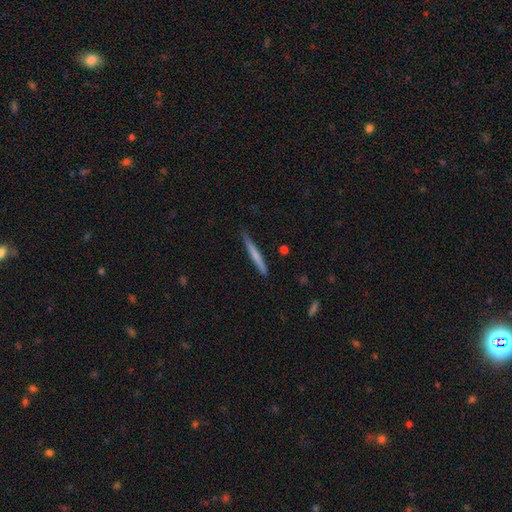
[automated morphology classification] Smooth or featured: smooth — 63% (featured or disk — 32%)
How rounded: cigar-shaped — 97% (in between — 2%)
Merging: none — 85% (minor disturbance — 12%)